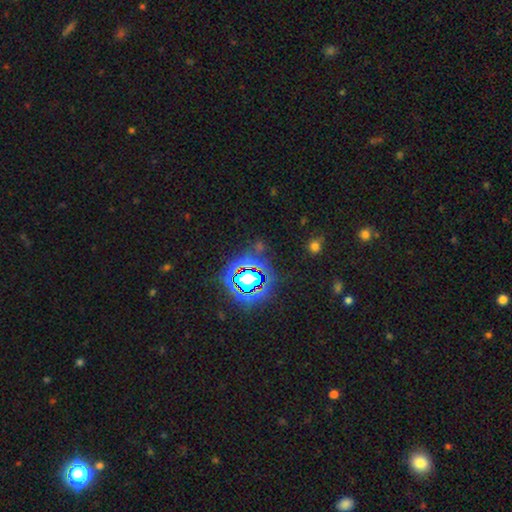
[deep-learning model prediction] Smooth or featured? star or artifact (80%)